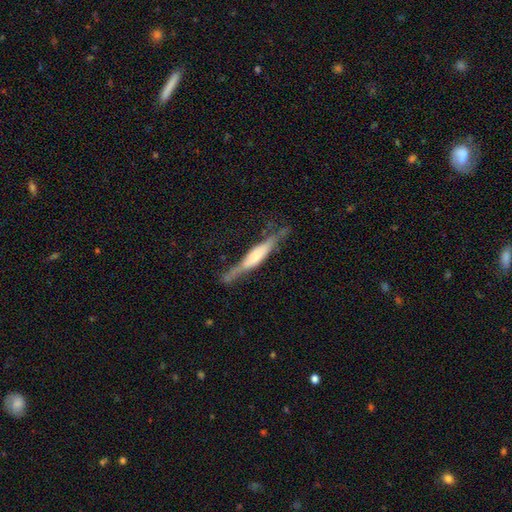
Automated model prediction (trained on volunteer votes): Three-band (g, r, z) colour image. It shows a featured or disk galaxy (63%) viewed edge-on (90%) with a boxy central bulge (46%). Merging: none (64%).